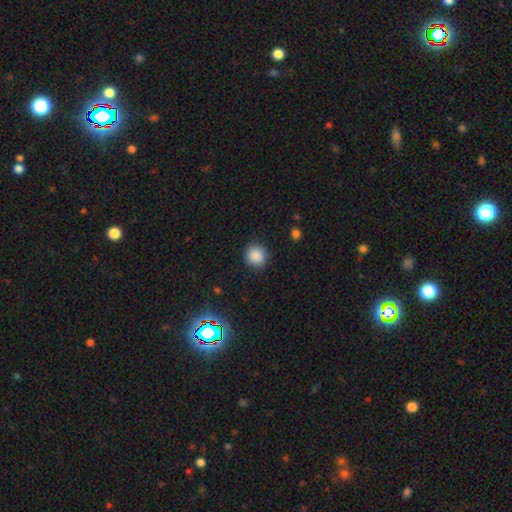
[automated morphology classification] Smooth or featured?
  - smooth: 86% *
  - star or artifact: 10%
  - featured or disk: 3%
How rounded?
  - round: 92% *
  - in between: 7%
  - cigar-shaped: 1%
Merging?
  - none: 89% *
  - minor disturbance: 7%
  - major disturbance: 2%
  - merger: 1%